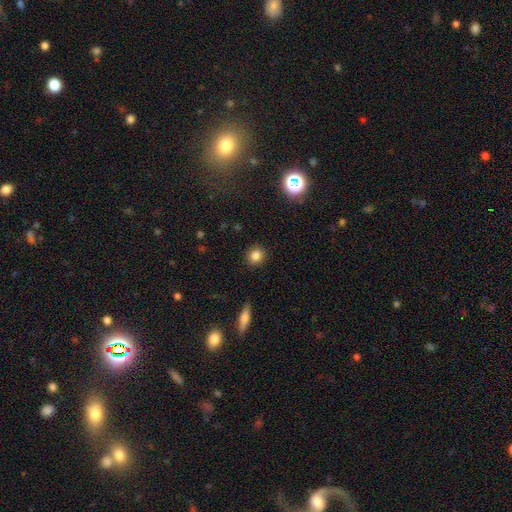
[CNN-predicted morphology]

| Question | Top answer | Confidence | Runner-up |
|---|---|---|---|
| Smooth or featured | smooth | 84% | star or artifact (11%) |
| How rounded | round | 83% | in between (15%) |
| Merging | none | 90% | minor disturbance (7%) |